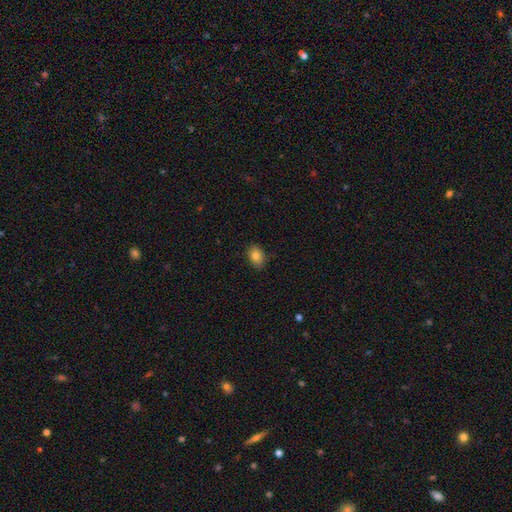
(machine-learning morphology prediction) A smooth galaxy with no disk features (81%) that is in between round and cigar-shaped (72%). Merging: none (84%).